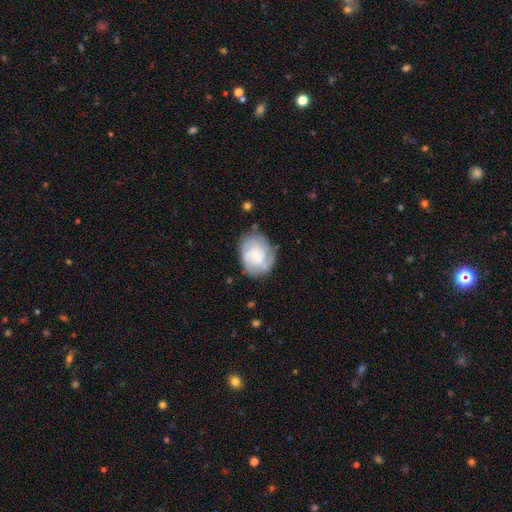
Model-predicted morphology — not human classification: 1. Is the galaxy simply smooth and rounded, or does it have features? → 66% featured or disk, 28% smooth, 7% star or artifact.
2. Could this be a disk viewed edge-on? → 98% no, 2% yes.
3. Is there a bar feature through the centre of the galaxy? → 68% no, 27% weak, 4% strong.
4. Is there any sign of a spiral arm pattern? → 86% yes, 14% no.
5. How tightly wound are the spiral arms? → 55% tight, 35% medium, 11% loose.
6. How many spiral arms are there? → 37% can't tell, 25% 2, 21% 3, 7% 4, 5% 1, 4% more than 4.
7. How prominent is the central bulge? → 51% small, 22% moderate, 20% none, 6% large, 2% dominant.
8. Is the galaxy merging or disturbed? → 65% none, 22% minor disturbance, 10% major disturbance, 2% merger.